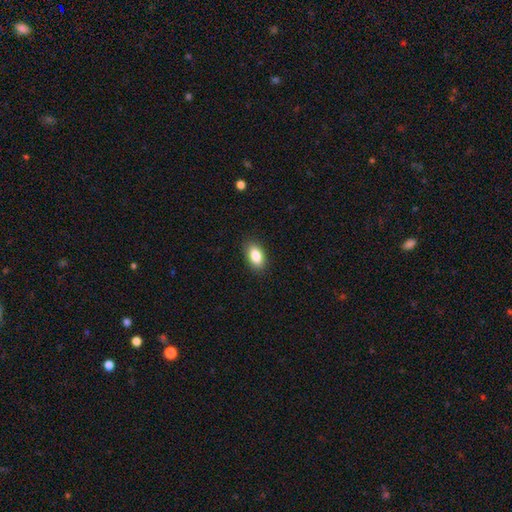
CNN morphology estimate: A smooth galaxy with no disk features (85%) that is in between round and cigar-shaped (92%).

Vote fractions:
- Smooth or featured? smooth: 85% / featured or disk: 8% / star or artifact: 8%
- How rounded? in between: 92% / round: 6% / cigar-shaped: 3%
- Merging? none: 88% / minor disturbance: 9% / major disturbance: 2% / merger: 1%